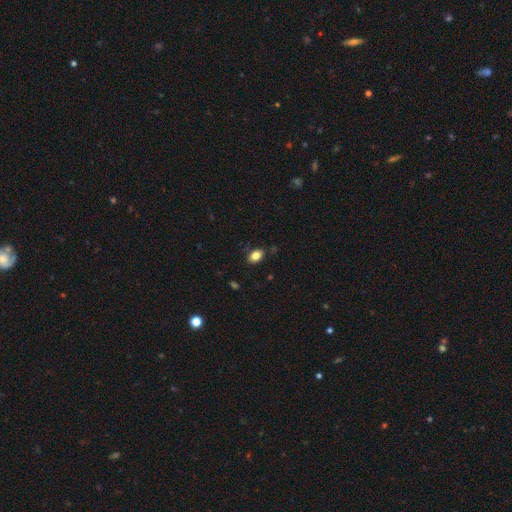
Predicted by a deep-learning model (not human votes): The model was most divided on "how rounded": in between: 82%, round: 17%, cigar-shaped: 2%. More confident: merging — none (83%); smooth or featured — smooth (83%).